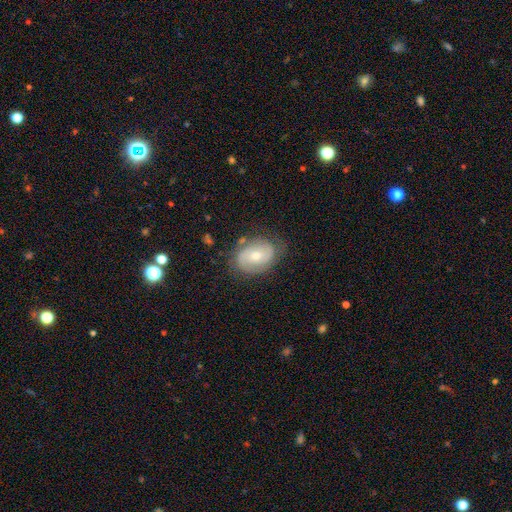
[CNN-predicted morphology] Smooth or featured? featured or disk (66%)
Edge-on disk? no (97%)
Bar? no (52%)
Spiral arms? yes (87%)
Spiral winding? medium (43%)
Spiral arm count? 2 (78%)
Bulge size? moderate (56%)
Merging? none (73%)